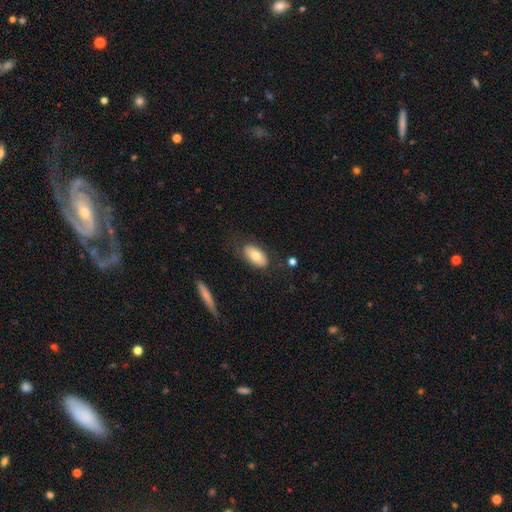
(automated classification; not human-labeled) Smooth or featured?
  - smooth: 74% *
  - featured or disk: 20%
  - star or artifact: 6%
How rounded?
  - in between: 92% *
  - round: 4%
  - cigar-shaped: 4%
Merging?
  - none: 77% *
  - minor disturbance: 15%
  - major disturbance: 5%
  - merger: 2%